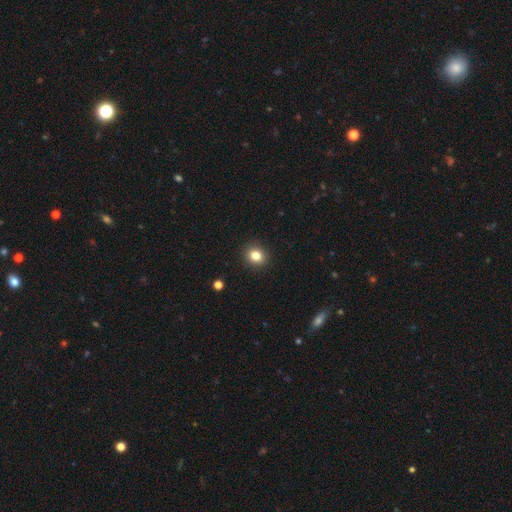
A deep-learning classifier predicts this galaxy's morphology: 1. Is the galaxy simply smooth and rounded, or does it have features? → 83% smooth, 11% star or artifact, 6% featured or disk.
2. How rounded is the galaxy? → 74% round, 25% in between, 1% cigar-shaped.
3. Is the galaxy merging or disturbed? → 91% none, 6% minor disturbance, 2% major disturbance, 1% merger.